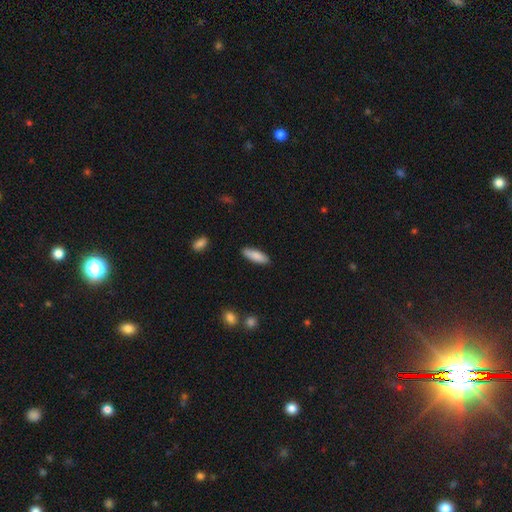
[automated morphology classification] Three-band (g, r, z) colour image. It shows a smooth galaxy with no disk features (85%) that is in between round and cigar-shaped (53%). Merging: none (86%).